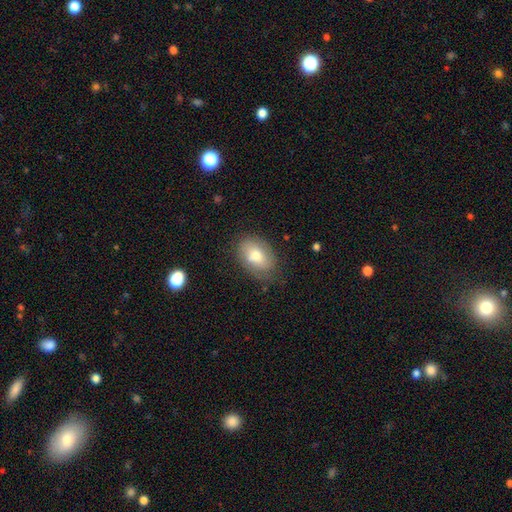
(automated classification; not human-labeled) Smooth or featured: smooth — 71% (featured or disk — 21%)
How rounded: in between — 85% (round — 14%)
Merging: none — 73% (minor disturbance — 20%)